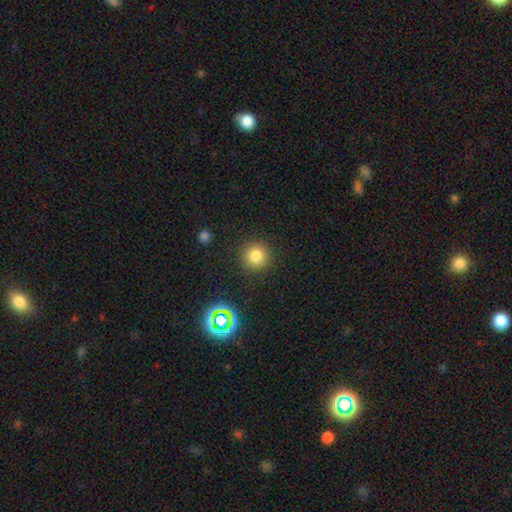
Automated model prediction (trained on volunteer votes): A smooth galaxy with no disk features (80%) that is round (94%).

Vote fractions:
- Smooth or featured? smooth: 80% / star or artifact: 14% / featured or disk: 6%
- How rounded? round: 94% / in between: 5% / cigar-shaped: 1%
- Merging? none: 90% / minor disturbance: 6% / major disturbance: 3% / merger: 2%